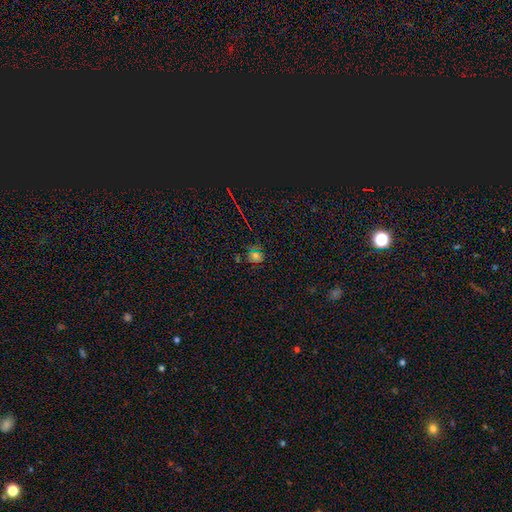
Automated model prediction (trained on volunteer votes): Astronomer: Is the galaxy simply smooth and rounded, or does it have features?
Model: smooth — 55% (runner-up: star or artifact, 34%).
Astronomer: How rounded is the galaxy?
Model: round — 80%.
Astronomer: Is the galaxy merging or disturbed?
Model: none — 75%.